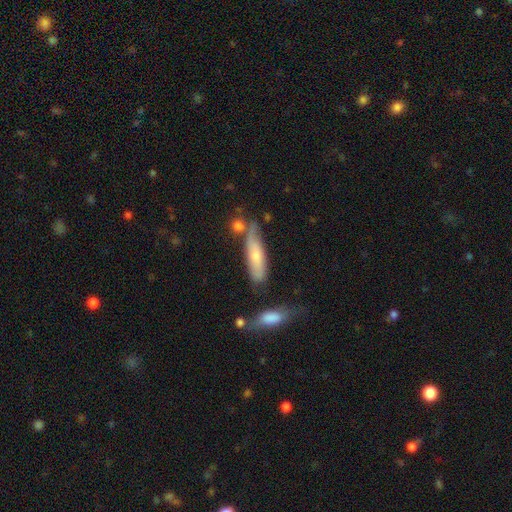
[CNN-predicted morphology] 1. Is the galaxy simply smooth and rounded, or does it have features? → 59% smooth, 34% featured or disk, 7% star or artifact.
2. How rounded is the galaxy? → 65% cigar-shaped, 32% in between, 2% round.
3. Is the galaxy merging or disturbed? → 53% none, 24% minor disturbance, 15% merger, 8% major disturbance.